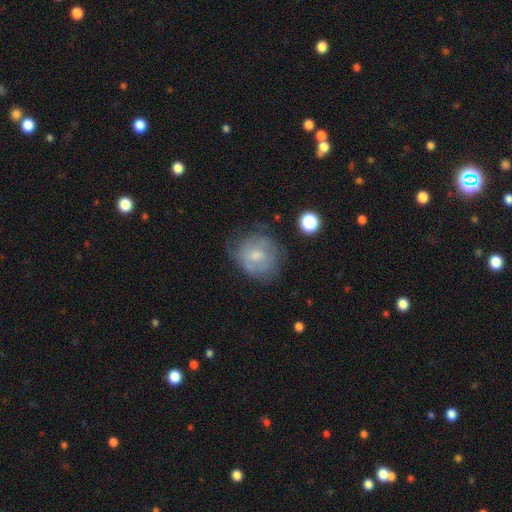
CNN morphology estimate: The model was most divided on "smooth or featured": smooth: 48%, featured or disk: 42%, star or artifact: 10%. More confident: merging — none (54%).